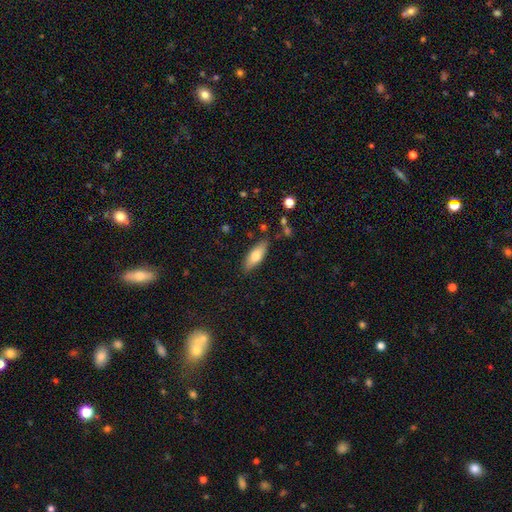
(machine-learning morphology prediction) Smooth or featured: smooth — 71% (featured or disk — 23%)
How rounded: in between — 68% (cigar-shaped — 30%)
Merging: none — 83% (minor disturbance — 12%)